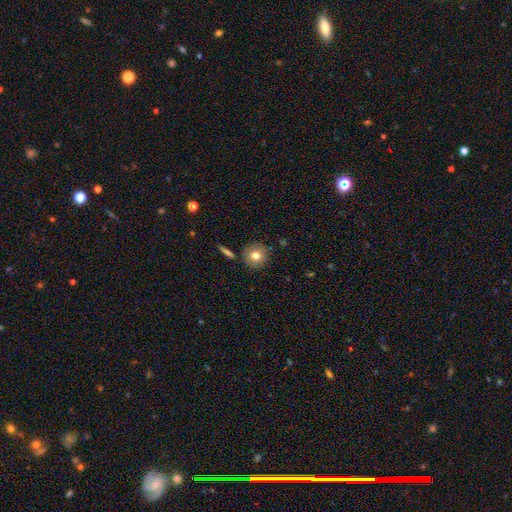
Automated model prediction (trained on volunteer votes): A smooth galaxy with no disk features (78%) that is round (91%).

Vote fractions:
- Smooth or featured? smooth: 78% / featured or disk: 13% / star or artifact: 9%
- How rounded? round: 91% / in between: 8% / cigar-shaped: 1%
- Merging? none: 85% / minor disturbance: 9% / merger: 4% / major disturbance: 2%